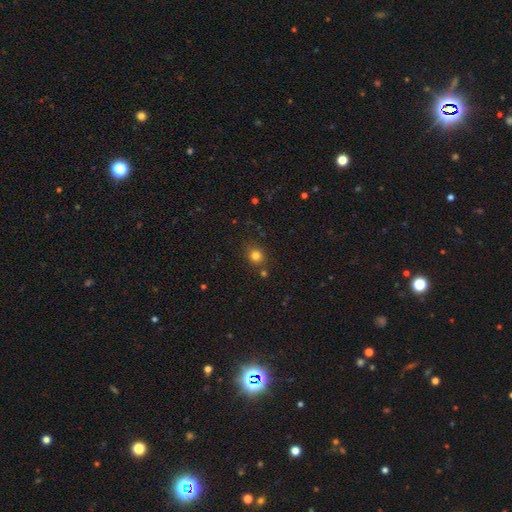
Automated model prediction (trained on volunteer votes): Smooth or featured? Predicted: smooth (p=0.80). How rounded? Predicted: round (p=0.79). Merging? Predicted: none (p=0.78).